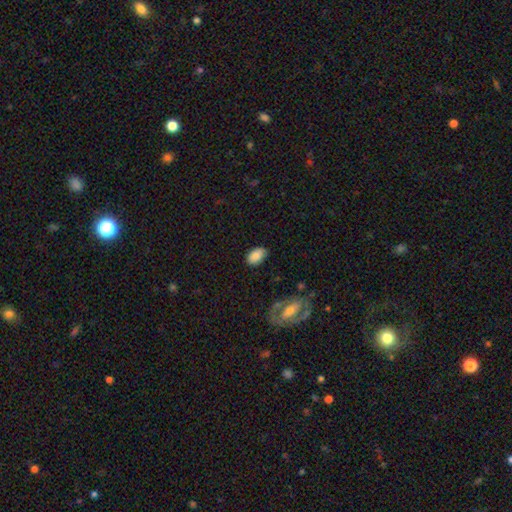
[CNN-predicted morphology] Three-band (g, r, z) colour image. It shows a smooth galaxy with no disk features (83%) that is in between round and cigar-shaped (90%). Merging: none (81%).